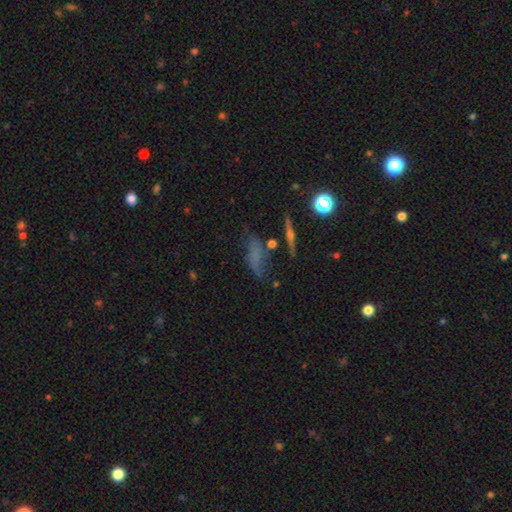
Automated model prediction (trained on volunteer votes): smooth-or-featured: smooth: 44% | featured or disk: 36% | star or artifact: 20%
  merging: none: 53% | minor disturbance: 23% | major disturbance: 14% | merger: 9%